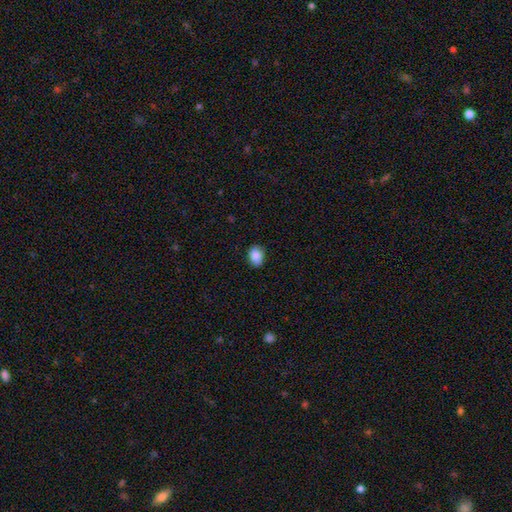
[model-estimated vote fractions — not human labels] Q: Smooth or featured?
A: smooth (88%); runner-up: star or artifact (8%)
Q: How rounded?
A: in between (64%); runner-up: round (35%)
Q: Merging?
A: none (83%); runner-up: minor disturbance (14%)